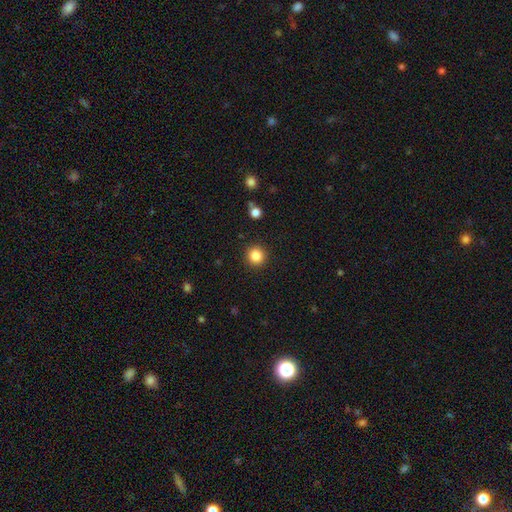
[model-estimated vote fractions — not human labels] smooth 85%, star or artifact 11%, featured or disk 4%. Down the decision tree: how rounded — round (95%); merging — none (92%).